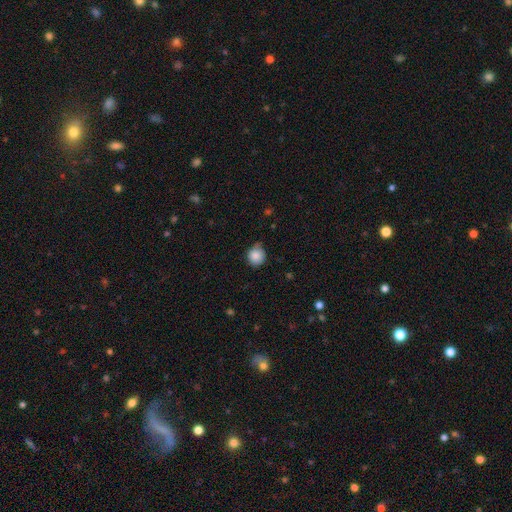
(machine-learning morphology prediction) Overall: smooth (86%). How rounded: round (86%). Merging: none (65%; minor disturbance 29%).